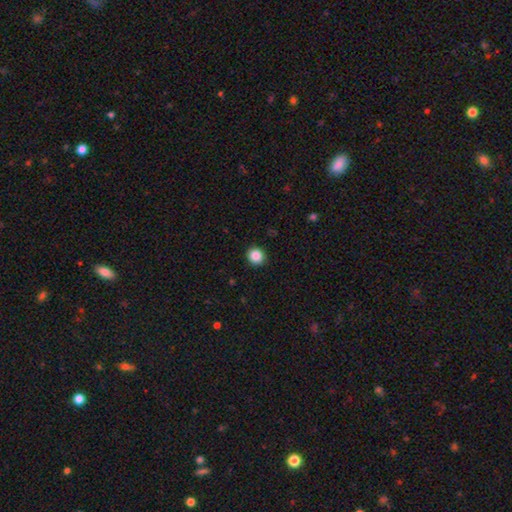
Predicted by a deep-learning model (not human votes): Q: Smooth or featured?
A: smooth (87%); runner-up: star or artifact (10%)
Q: How rounded?
A: round (91%); runner-up: in between (8%)
Q: Merging?
A: none (92%); runner-up: minor disturbance (5%)